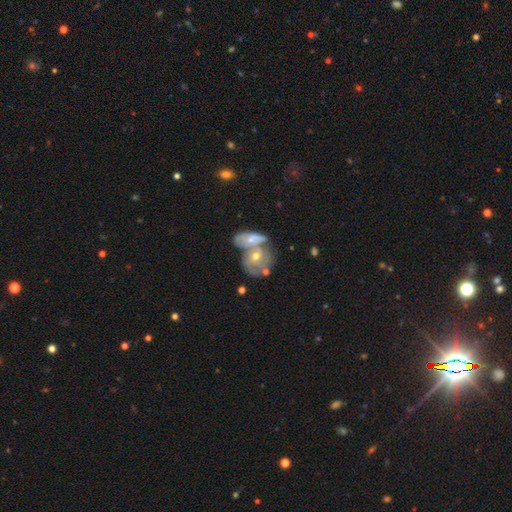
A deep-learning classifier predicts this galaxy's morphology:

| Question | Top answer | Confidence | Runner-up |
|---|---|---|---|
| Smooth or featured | featured or disk | 59% | smooth (30%) |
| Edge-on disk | no | 93% | yes (7%) |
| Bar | no | 76% | weak (18%) |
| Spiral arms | yes | 54% | no (46%) |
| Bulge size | moderate | 51% | small (43%) |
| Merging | merger | 57% | none (28%) |